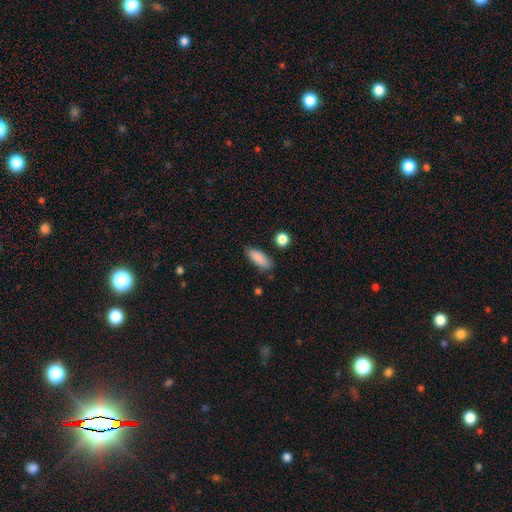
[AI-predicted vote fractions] Overall: smooth (87%). How rounded: in between (72%). Merging: none (81%).